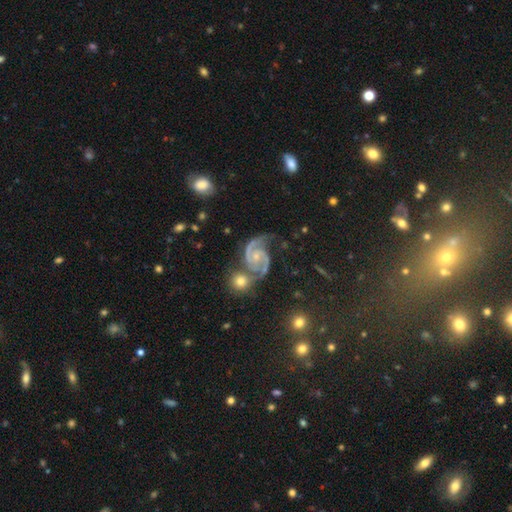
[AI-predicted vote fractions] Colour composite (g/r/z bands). It shows a featured or disk galaxy (92%) with no bar (60%), 2 (92%) medium (58%) spiral arms (98%) and a small central bulge (62%). Merging: none (53%).